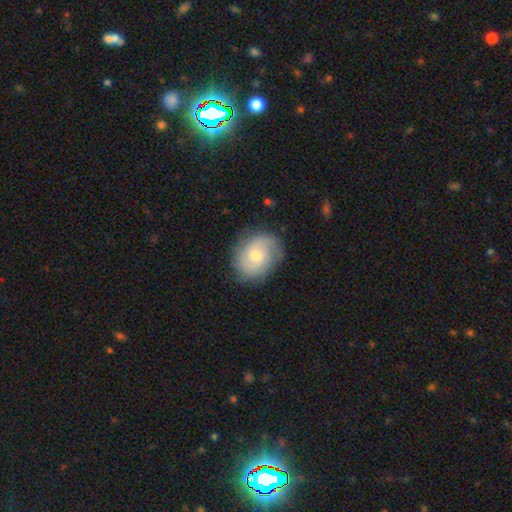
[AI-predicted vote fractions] smooth-or-featured: featured or disk: 63% | smooth: 31% | star or artifact: 7%
  disk-edge-on: no: 97% | yes: 3%
    bar: no: 63% | weak: 33% | strong: 4%
    has-spiral-arms: yes: 91% | no: 9%
      spiral-winding: tight: 44% | medium: 41% | loose: 15%
      spiral-arm-count: 2: 59% | can't tell: 21% | 3: 10% | 1: 4% | 4: 3% | more than 4: 3%
    bulge-size: moderate: 46% (tied) | small: 46% (tied) | large: 4% | none: 3% | dominant: 1%
  merging: none: 78% | minor disturbance: 16% | major disturbance: 5% | merger: 1%